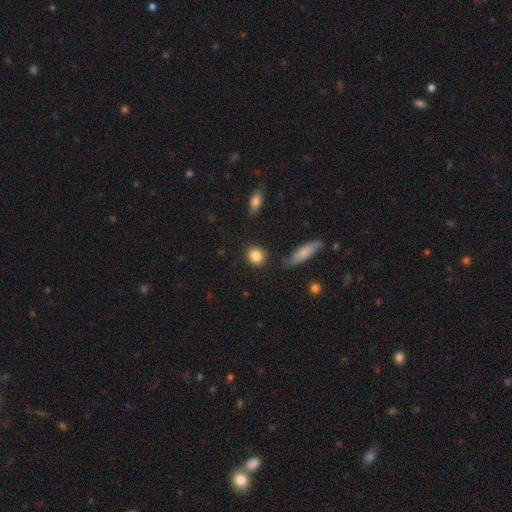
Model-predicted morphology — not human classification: Smooth or featured?
  - smooth: 86% *
  - star or artifact: 8%
  - featured or disk: 6%
How rounded?
  - round: 71% *
  - in between: 27%
  - cigar-shaped: 2%
Merging?
  - none: 86% *
  - minor disturbance: 9%
  - merger: 3%
  - major disturbance: 3%